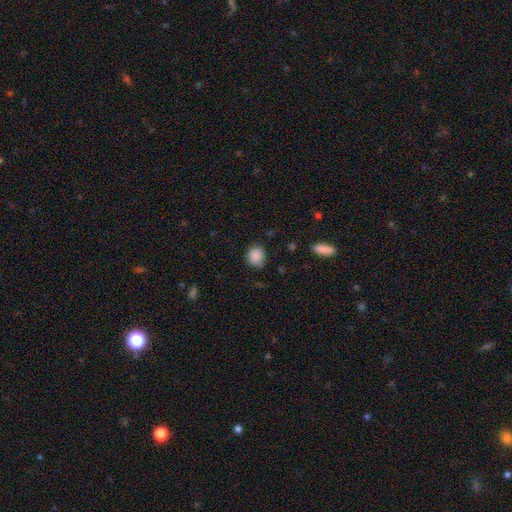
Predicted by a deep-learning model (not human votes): The model was most divided on "how rounded": round: 75%, in between: 24%, cigar-shaped: 1%. More confident: smooth or featured — smooth (88%); merging — none (78%).